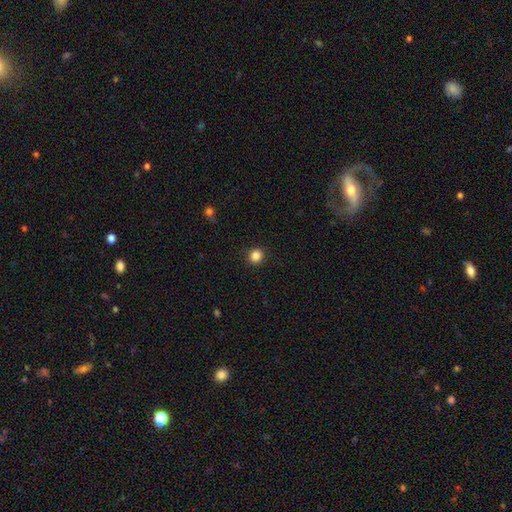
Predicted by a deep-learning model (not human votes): smooth_or_featured: smooth (p=0.85) [alt: star or artifact p=0.11]
how_rounded: round (p=0.89) [alt: in between p=0.10]
merging: none (p=0.91) [alt: minor disturbance p=0.06]